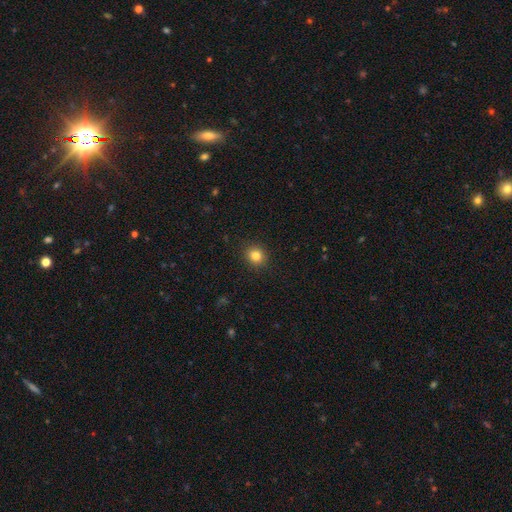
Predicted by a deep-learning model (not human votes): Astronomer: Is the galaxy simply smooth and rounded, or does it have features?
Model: smooth — 83%.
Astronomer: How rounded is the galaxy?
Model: round — 82%.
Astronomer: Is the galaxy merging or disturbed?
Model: none — 91%.